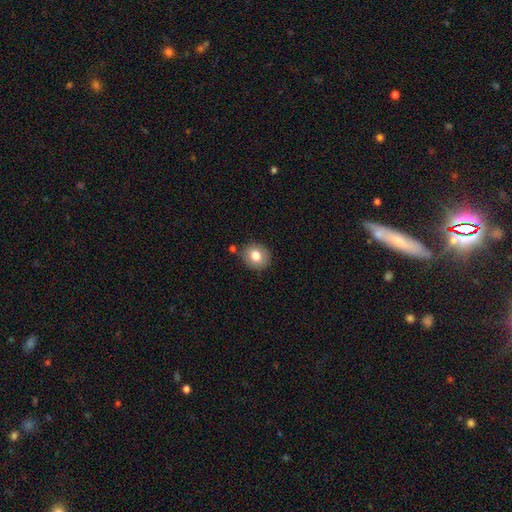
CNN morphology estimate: This appears to be a smooth galaxy with no disk features (78%) that is round (79%). Merging: none (80%).